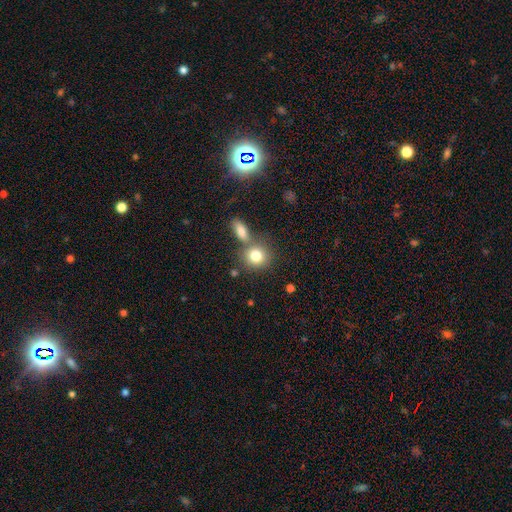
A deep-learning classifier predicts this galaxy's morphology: Smooth or featured?
  - smooth: 81% *
  - featured or disk: 10%
  - star or artifact: 9%
How rounded?
  - round: 78% *
  - in between: 21%
  - cigar-shaped: 1%
Merging?
  - none: 57% *
  - merger: 30%
  - minor disturbance: 10%
  - major disturbance: 4%